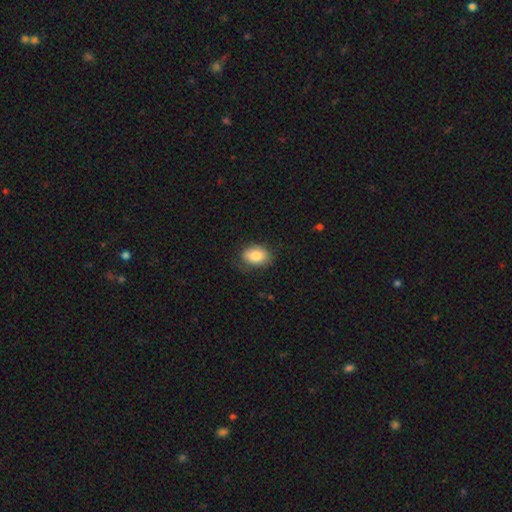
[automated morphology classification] smooth_or_featured: smooth (p=0.83) [alt: featured or disk p=0.09]
how_rounded: in between (p=0.80) [alt: round p=0.19]
merging: none (p=0.75) [alt: minor disturbance p=0.19]